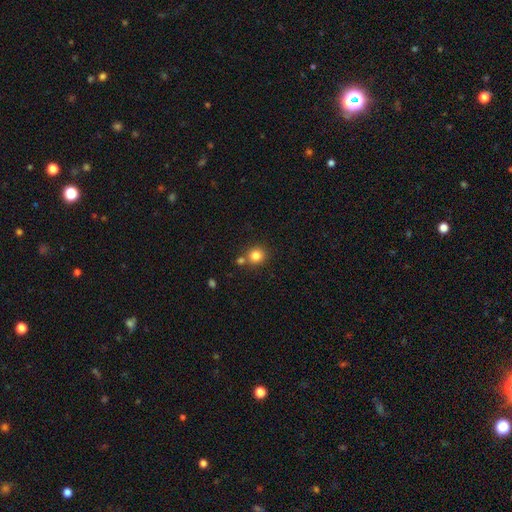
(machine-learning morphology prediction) This appears to be a smooth galaxy with no disk features (83%) that is round (89%). Merging: none (72%).